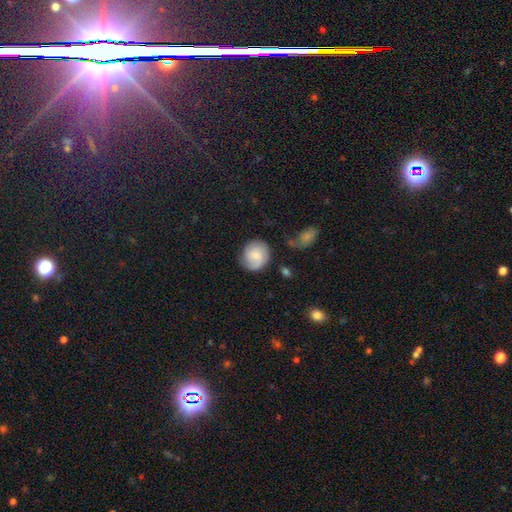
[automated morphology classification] Smooth or featured: smooth — 53% (featured or disk — 39%)
How rounded: round — 82% (in between — 17%)
Merging: none — 73% (minor disturbance — 18%)